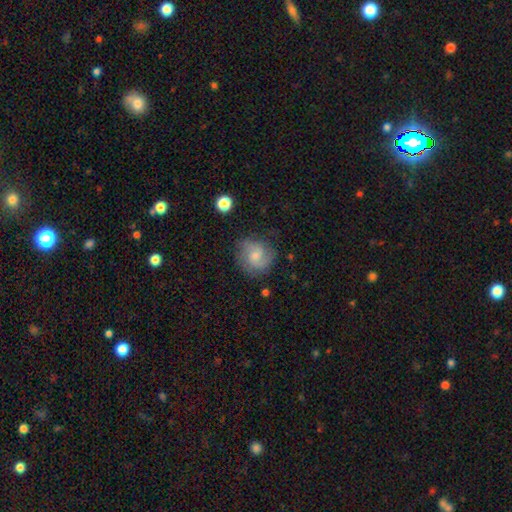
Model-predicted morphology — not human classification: type=featured or disk (61%); edge-on=no (98%); bar=no (55%); spiral arms=yes (92%); winding=medium (47%); arm count=2 (79%); bulge=small (42%); merging=none (75%).